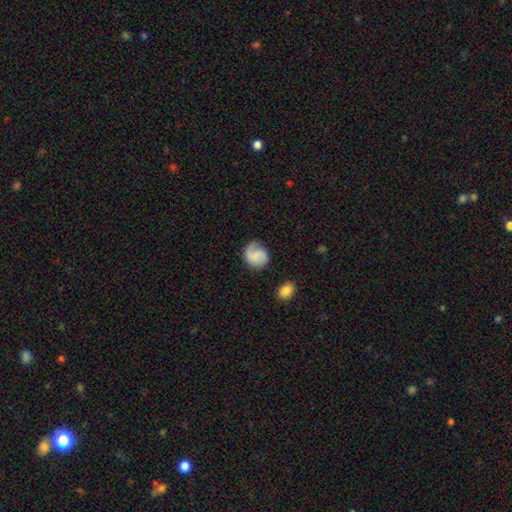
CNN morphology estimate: A smooth galaxy with no disk features (61%) that is round (72%).

Vote fractions:
- Smooth or featured? smooth: 61% / featured or disk: 31% / star or artifact: 8%
- How rounded? round: 72% / in between: 27% / cigar-shaped: 1%
- Merging? none: 61% / minor disturbance: 25% / major disturbance: 12% / merger: 2%